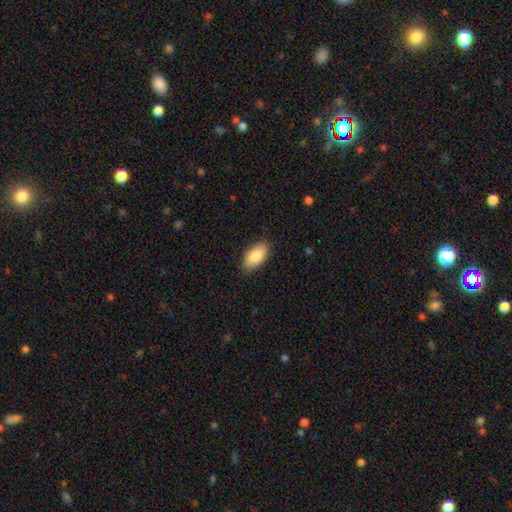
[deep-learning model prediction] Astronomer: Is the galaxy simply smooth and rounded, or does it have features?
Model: smooth — 86%.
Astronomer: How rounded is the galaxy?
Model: in between — 94%.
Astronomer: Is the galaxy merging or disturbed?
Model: none — 84%.